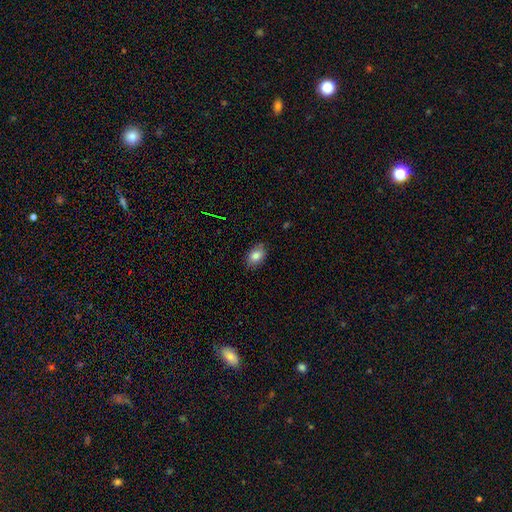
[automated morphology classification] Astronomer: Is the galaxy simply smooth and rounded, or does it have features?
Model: smooth — 81%.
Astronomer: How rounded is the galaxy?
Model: in between — 84%.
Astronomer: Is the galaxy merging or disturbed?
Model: none — 84%.